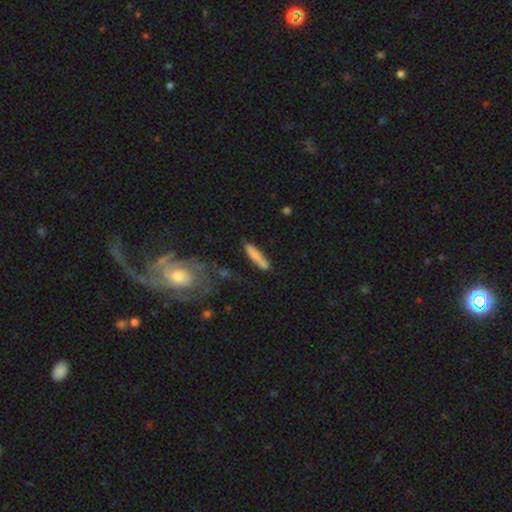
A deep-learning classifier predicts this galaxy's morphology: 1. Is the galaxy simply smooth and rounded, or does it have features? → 75% smooth, 18% featured or disk, 7% star or artifact.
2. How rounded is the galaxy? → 87% cigar-shaped, 12% in between, 2% round.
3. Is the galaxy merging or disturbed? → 65% none, 19% minor disturbance, 10% merger, 6% major disturbance.